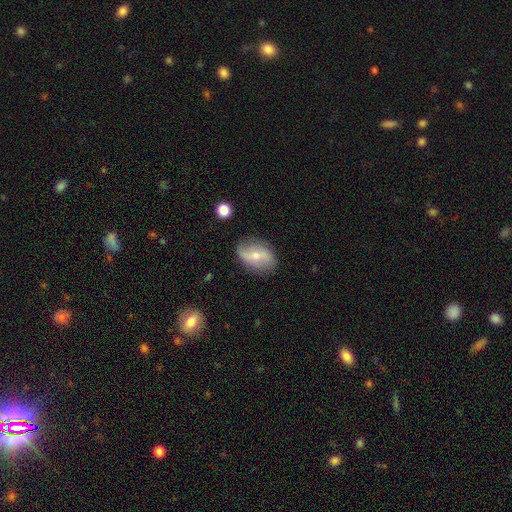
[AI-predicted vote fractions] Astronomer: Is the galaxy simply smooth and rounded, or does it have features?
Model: featured or disk — 60%.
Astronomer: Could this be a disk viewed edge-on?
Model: no — 95%.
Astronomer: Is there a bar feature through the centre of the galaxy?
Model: no — 40%, tied with weak at 40%.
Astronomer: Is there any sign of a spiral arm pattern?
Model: yes — 83%.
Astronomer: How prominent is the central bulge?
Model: small — 47%, tied with moderate at 47%.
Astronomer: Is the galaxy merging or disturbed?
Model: none — 76%.